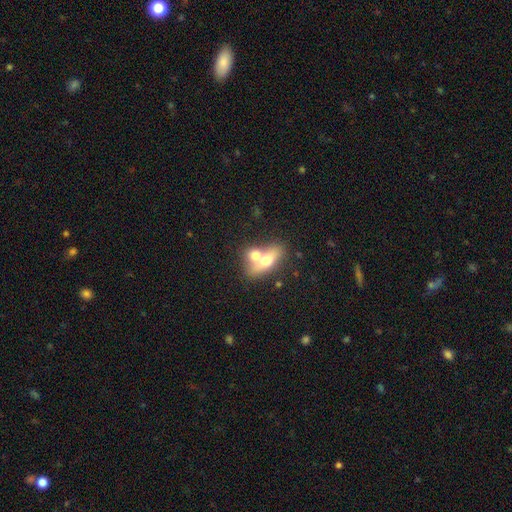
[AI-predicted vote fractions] This appears to be a smooth galaxy with no disk features (60%) that is in between round and cigar-shaped (67%). Merging: merger (65%).